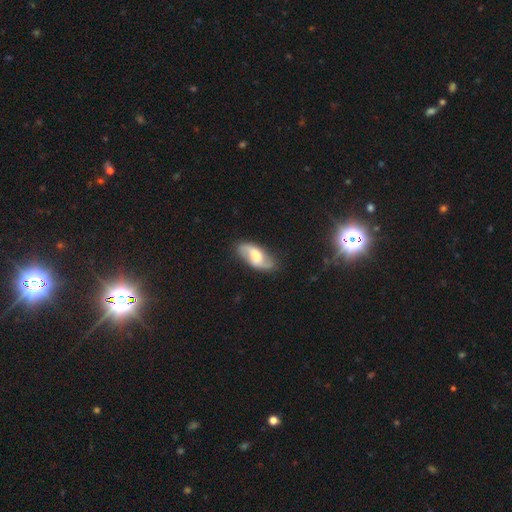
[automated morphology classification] Smooth or featured? featured or disk (64%)
Edge-on disk? no (91%)
Bar? no (44%)
Spiral arms? yes (90%)
Spiral winding? loose (63%)
Spiral arm count? 2 (90%)
Bulge size? moderate (59%)
Merging? none (80%)